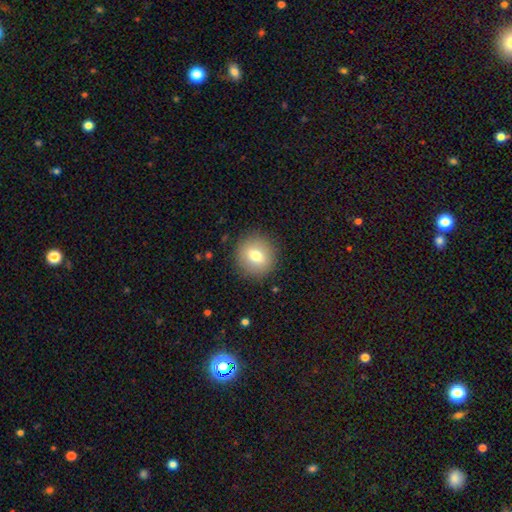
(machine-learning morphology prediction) This is likely a smooth galaxy (72%). How rounded: clearly round (91%). Merging: clearly none (89%).